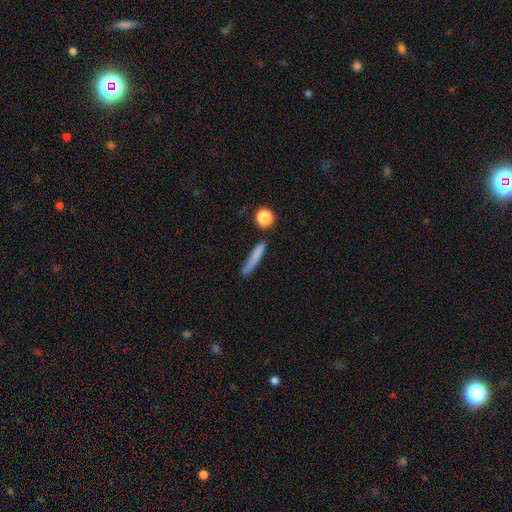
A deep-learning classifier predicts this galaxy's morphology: Overall: smooth (77%). How rounded: cigar-shaped (91%). Merging: none (76%).